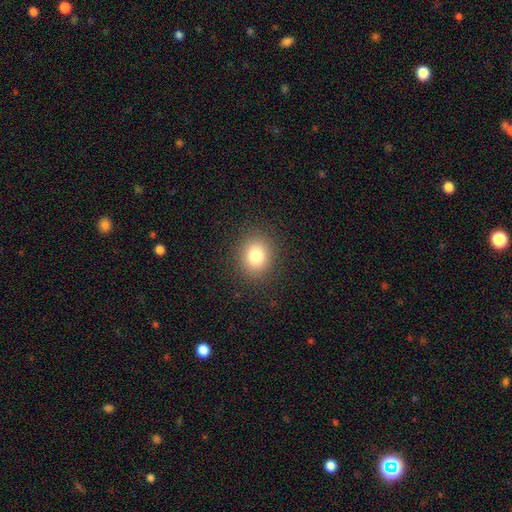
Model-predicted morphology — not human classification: Overall: smooth (81%). How rounded: round (72%). Merging: none (89%).